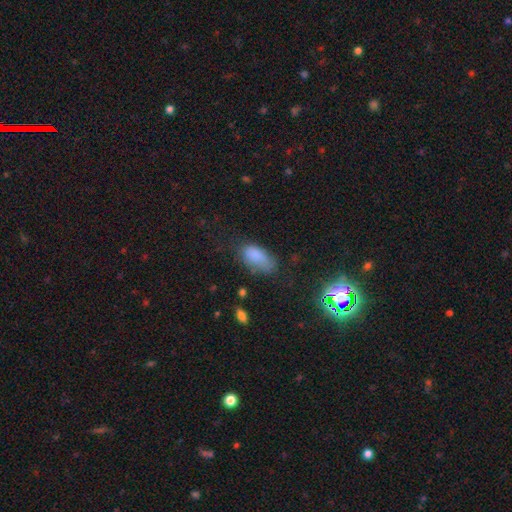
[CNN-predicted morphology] This is clearly a smooth galaxy (81%). How rounded: clearly in between (91%). Merging: possibly none (49%).